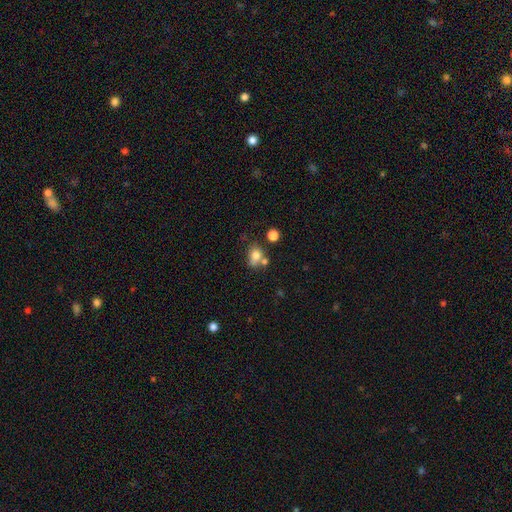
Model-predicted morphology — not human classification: Smooth or featured?
  - smooth: 76% *
  - featured or disk: 12%
  - star or artifact: 12%
How rounded?
  - in between: 53% *
  - round: 45%
  - cigar-shaped: 1%
Merging?
  - none: 45% *
  - merger: 29%
  - minor disturbance: 17%
  - major disturbance: 8%